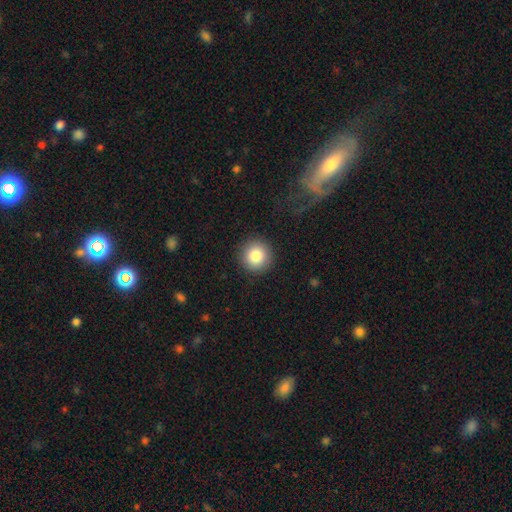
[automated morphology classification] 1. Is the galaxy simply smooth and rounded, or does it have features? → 82% smooth, 10% star or artifact, 8% featured or disk.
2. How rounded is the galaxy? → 95% round, 4% in between, 1% cigar-shaped.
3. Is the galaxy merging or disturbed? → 91% none, 6% minor disturbance, 2% major disturbance, 1% merger.